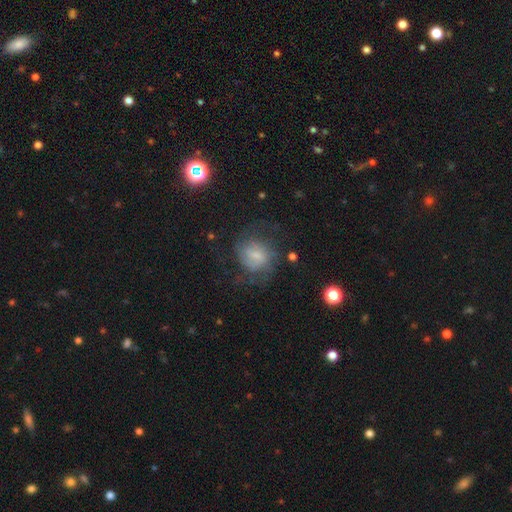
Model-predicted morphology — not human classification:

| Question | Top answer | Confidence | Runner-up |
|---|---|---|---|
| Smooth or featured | featured or disk | 52% | smooth (37%) |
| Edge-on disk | no | 97% | yes (3%) |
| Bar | weak | 54% | no (35%) |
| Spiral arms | yes | 74% | no (26%) |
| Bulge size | small | 46% | moderate (32%) |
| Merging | none | 51% | major disturbance (24%) |